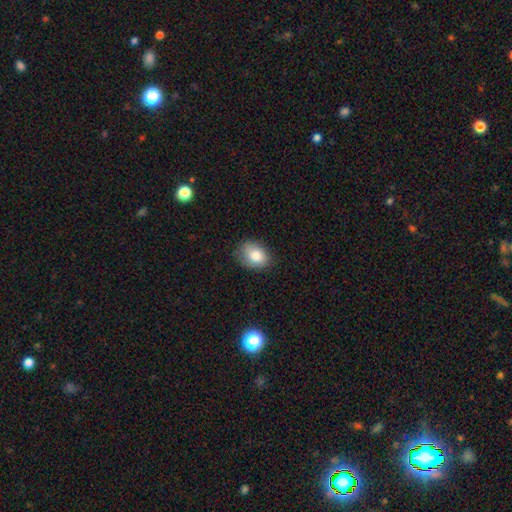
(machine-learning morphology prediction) Smooth or featured: smooth — 82% (featured or disk — 9%)
How rounded: in between — 72% (round — 27%)
Merging: none — 74% (minor disturbance — 21%)